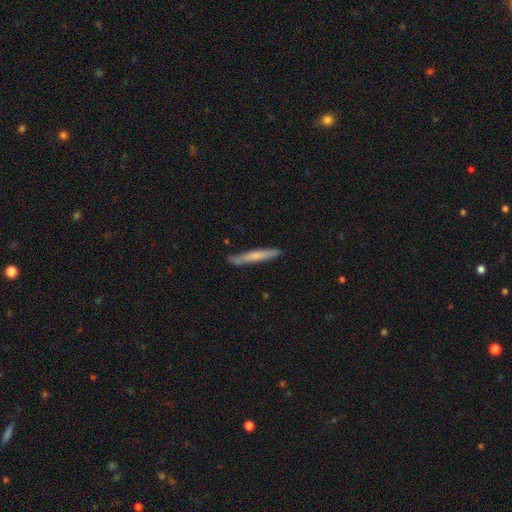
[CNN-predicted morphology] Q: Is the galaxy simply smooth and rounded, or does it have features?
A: smooth — 62%.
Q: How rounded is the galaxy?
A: cigar-shaped — 95%.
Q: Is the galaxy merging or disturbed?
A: none — 83%.